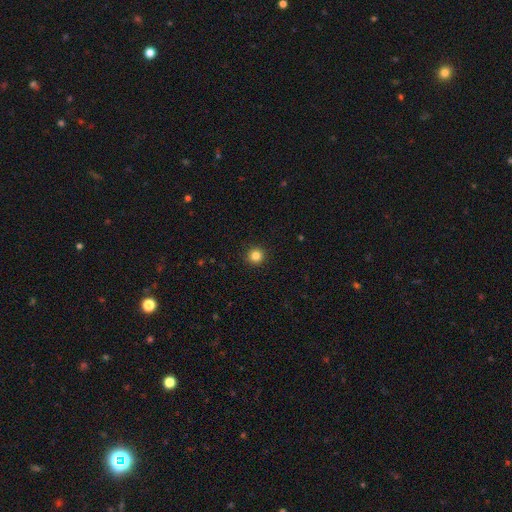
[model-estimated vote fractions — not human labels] smooth-or-featured: smooth: 83% | star or artifact: 12% | featured or disk: 5%
  how-rounded: round: 96% | in between: 3% | cigar-shaped: 1%
  merging: none: 93% | minor disturbance: 4% | major disturbance: 2% | merger: 1%